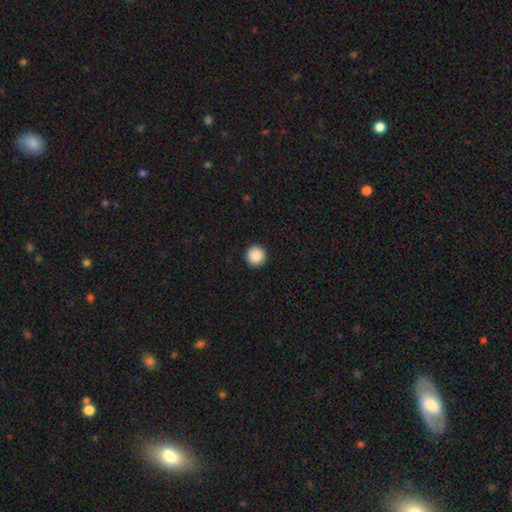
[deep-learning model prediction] Smooth or featured: smooth — 89% (star or artifact — 8%)
How rounded: round — 95% (in between — 4%)
Merging: none — 92% (minor disturbance — 5%)